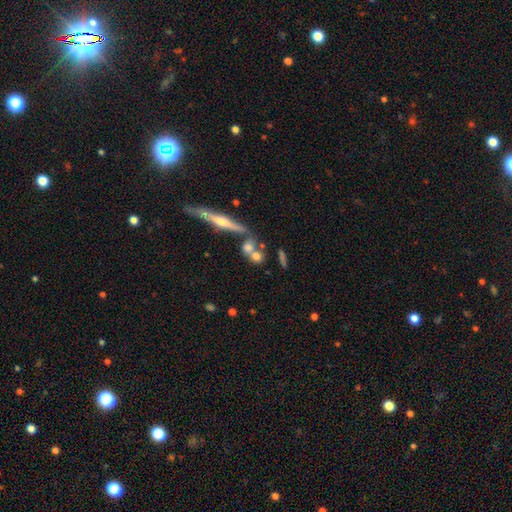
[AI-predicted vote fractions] This appears to be a smooth galaxy with no disk features (64%) that is round (59%). Merging: none (50%).